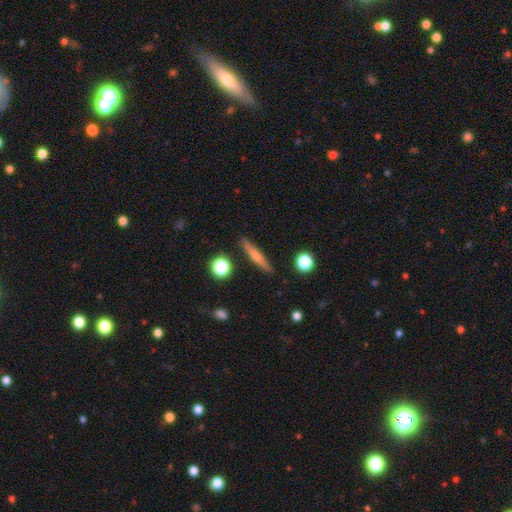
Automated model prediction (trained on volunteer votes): Smooth or featured?
  - smooth: 58% *
  - featured or disk: 34%
  - star or artifact: 8%
How rounded?
  - cigar-shaped: 89% *
  - in between: 8%
  - round: 3%
Merging?
  - none: 88% *
  - minor disturbance: 8%
  - major disturbance: 2%
  - merger: 2%